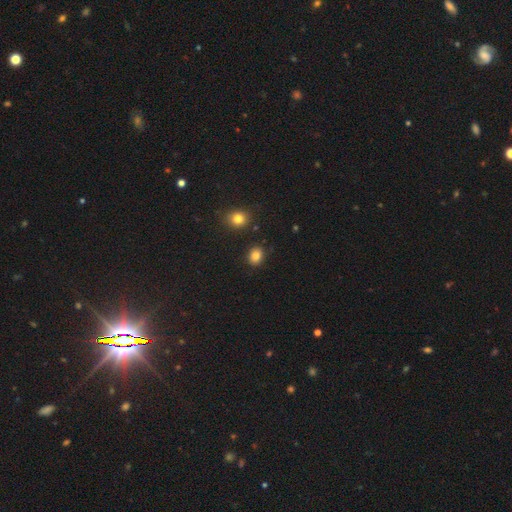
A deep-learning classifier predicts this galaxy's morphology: smooth-or-featured: smooth: 84% | star or artifact: 11% | featured or disk: 5%
  how-rounded: round: 52% | in between: 47% | cigar-shaped: 1%
  merging: none: 87% | minor disturbance: 8% | merger: 3% | major disturbance: 2%